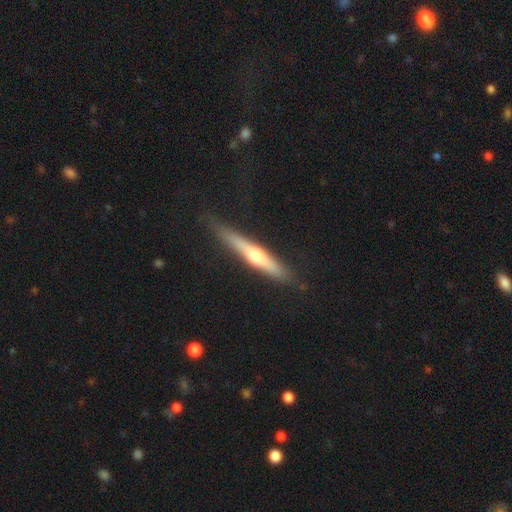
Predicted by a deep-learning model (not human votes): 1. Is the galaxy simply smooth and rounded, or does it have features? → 57% featured or disk, 37% smooth, 6% star or artifact.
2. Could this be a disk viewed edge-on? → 95% yes, 5% no.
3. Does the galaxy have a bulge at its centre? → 85% rounded, 10% none, 5% boxy.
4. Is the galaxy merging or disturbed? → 81% none, 14% minor disturbance, 3% major disturbance, 1% merger.